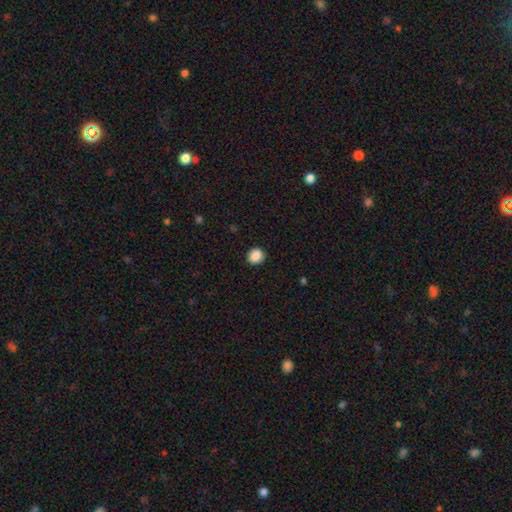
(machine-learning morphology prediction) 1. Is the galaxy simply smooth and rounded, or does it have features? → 88% smooth, 9% star or artifact, 3% featured or disk.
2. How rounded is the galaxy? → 78% round, 21% in between, 1% cigar-shaped.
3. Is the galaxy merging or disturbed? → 89% none, 8% minor disturbance, 2% major disturbance, 1% merger.